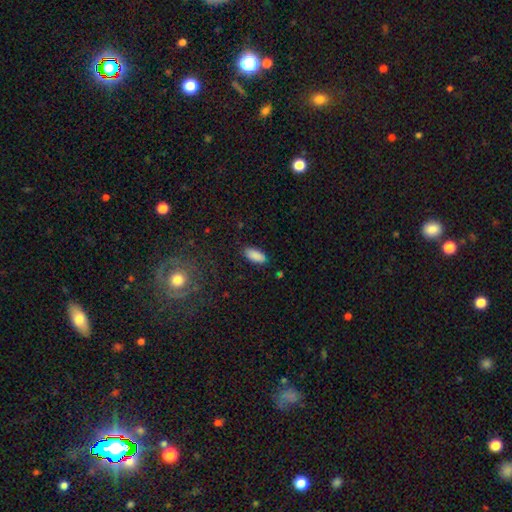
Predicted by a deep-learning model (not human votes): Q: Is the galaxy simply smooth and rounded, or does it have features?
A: smooth — 88%.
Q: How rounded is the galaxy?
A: in between — 88%.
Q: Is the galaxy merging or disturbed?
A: none — 85%.